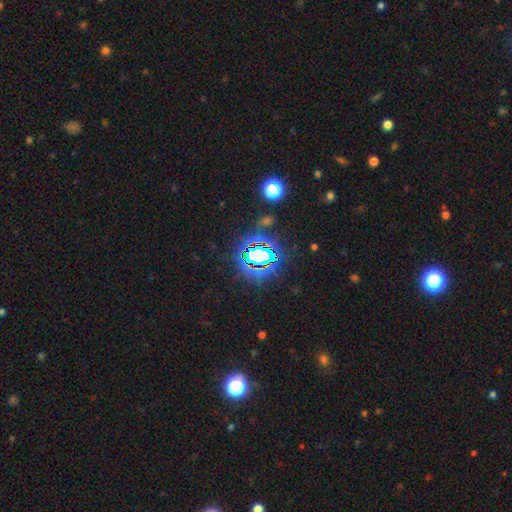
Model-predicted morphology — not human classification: Smooth or featured?
  - star or artifact: 75% *
  - smooth: 16%
  - featured or disk: 9%